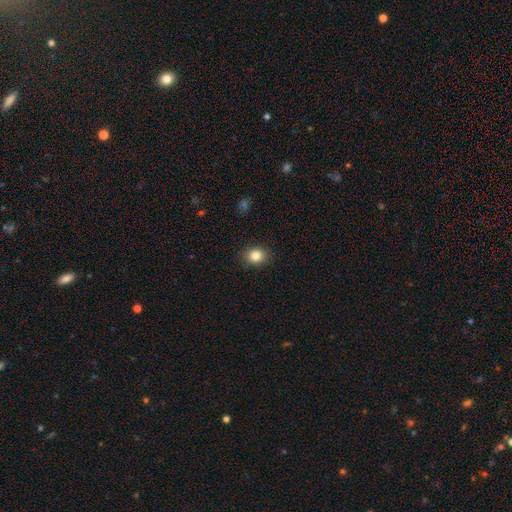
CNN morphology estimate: A smooth galaxy with no disk features (84%) that is round (59%).

Vote fractions:
- Smooth or featured? smooth: 84% / star or artifact: 10% / featured or disk: 6%
- How rounded? round: 59% / in between: 40% / cigar-shaped: 1%
- Merging? none: 88% / minor disturbance: 9% / major disturbance: 2% / merger: 1%